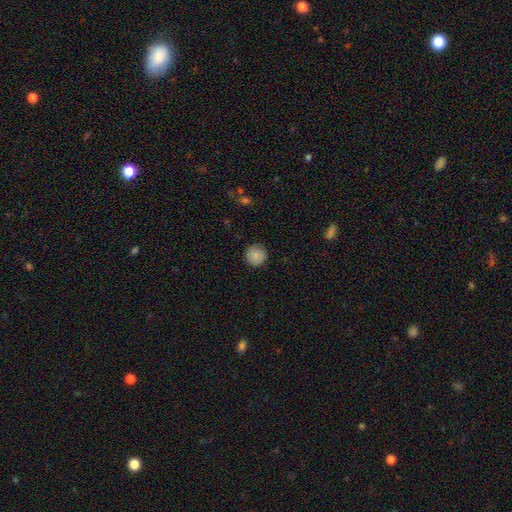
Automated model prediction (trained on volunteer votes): smooth 87%, star or artifact 8%, featured or disk 5%. Down the decision tree: how rounded — round (95%); merging — none (90%).